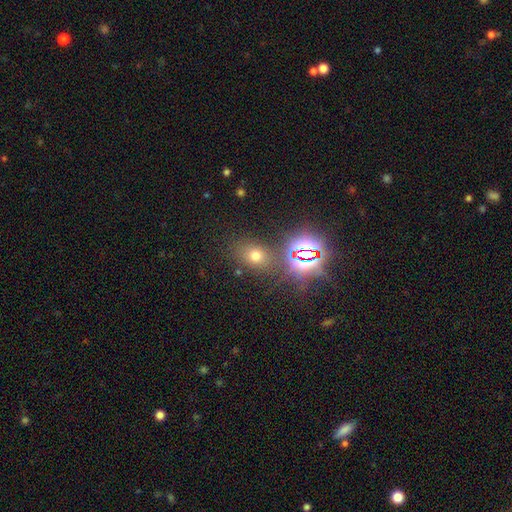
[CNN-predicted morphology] Smooth or featured: smooth — 58% (star or artifact — 33%)
How rounded: in between — 58% (round — 40%)
Merging: none — 77% (minor disturbance — 11%)